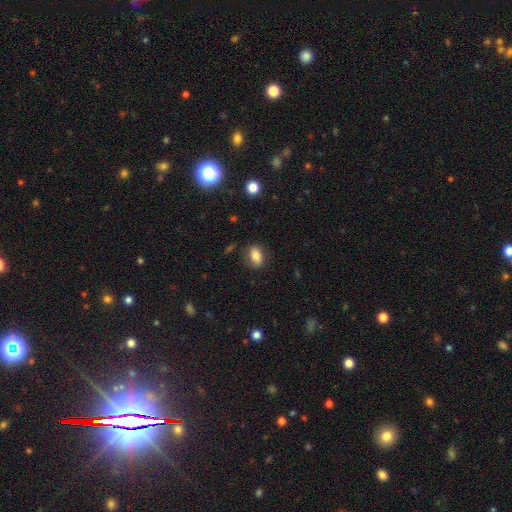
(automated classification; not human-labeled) Morphology: type=smooth (80%); roundness=in between (82%); merging=none (82%).